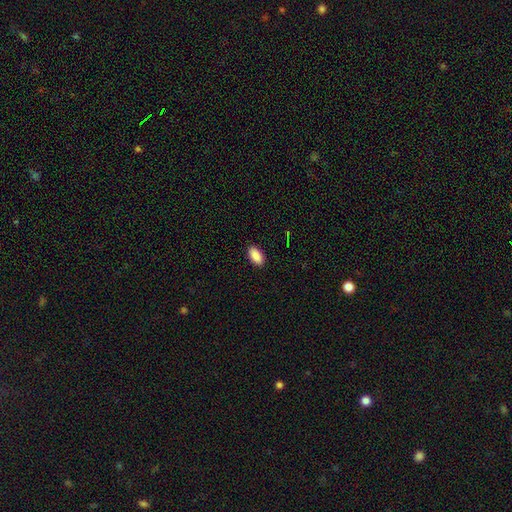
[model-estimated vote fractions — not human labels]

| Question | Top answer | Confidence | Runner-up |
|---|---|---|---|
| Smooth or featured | smooth | 89% | star or artifact (7%) |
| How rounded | in between | 93% | cigar-shaped (4%) |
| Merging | none | 89% | minor disturbance (8%) |